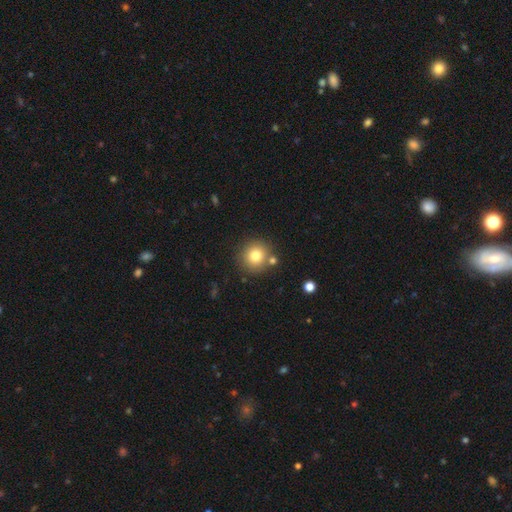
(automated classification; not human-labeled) Q: Smooth or featured?
A: smooth (78%); runner-up: star or artifact (12%)
Q: How rounded?
A: round (92%); runner-up: in between (7%)
Q: Merging?
A: none (79%); runner-up: merger (10%)